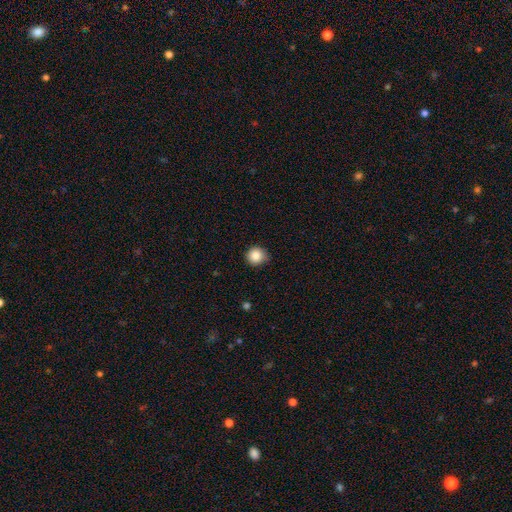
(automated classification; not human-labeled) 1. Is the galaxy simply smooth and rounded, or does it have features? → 86% smooth, 10% star or artifact, 4% featured or disk.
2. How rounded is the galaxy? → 93% round, 6% in between, 1% cigar-shaped.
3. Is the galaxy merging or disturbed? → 77% none, 19% minor disturbance, 3% major disturbance, 1% merger.